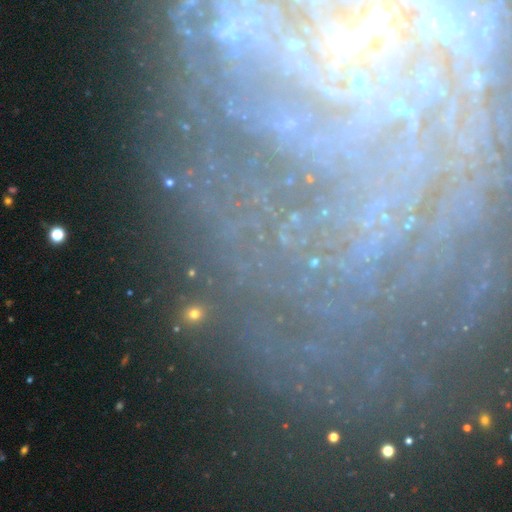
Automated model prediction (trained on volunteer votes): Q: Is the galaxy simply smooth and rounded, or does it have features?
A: featured or disk — 54%.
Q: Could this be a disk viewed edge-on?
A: no — 88%.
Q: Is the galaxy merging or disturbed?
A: none — 74%.